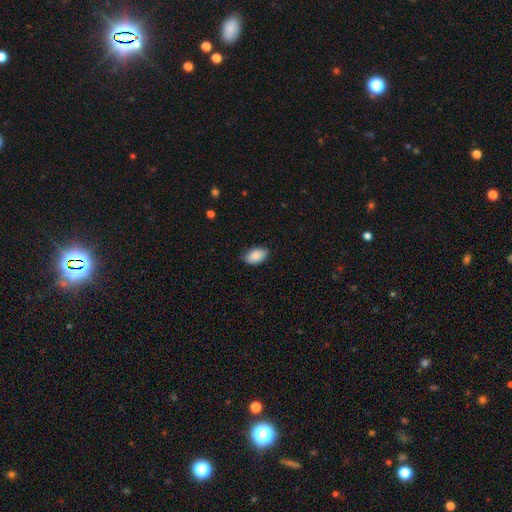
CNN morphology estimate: This is clearly a smooth galaxy (87%). How rounded: clearly in between (93%). Merging: clearly none (83%).